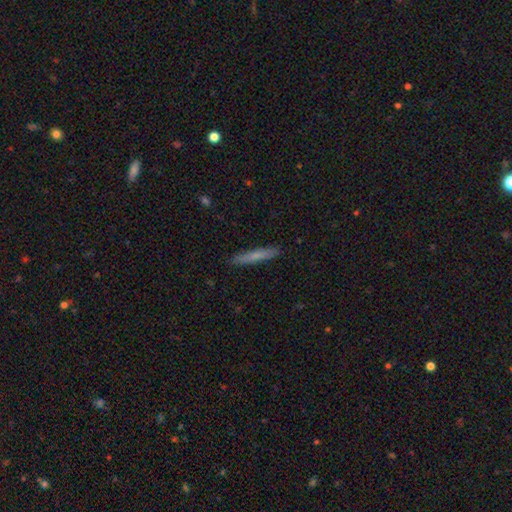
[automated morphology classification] Smooth or featured?
  - smooth: 70% *
  - featured or disk: 24%
  - star or artifact: 6%
How rounded?
  - cigar-shaped: 95% *
  - in between: 4%
  - round: 1%
Merging?
  - none: 91% *
  - minor disturbance: 7%
  - major disturbance: 1%
  - merger: 1%